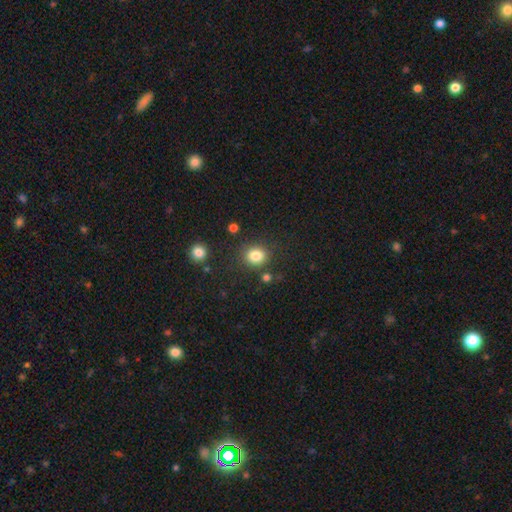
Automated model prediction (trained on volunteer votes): A smooth galaxy with no disk features (83%) that is round (73%).

Vote fractions:
- Smooth or featured? smooth: 83% / star or artifact: 11% / featured or disk: 5%
- How rounded? round: 73% / in between: 27% / cigar-shaped: 1%
- Merging? none: 81% / minor disturbance: 10% / merger: 5% / major disturbance: 4%